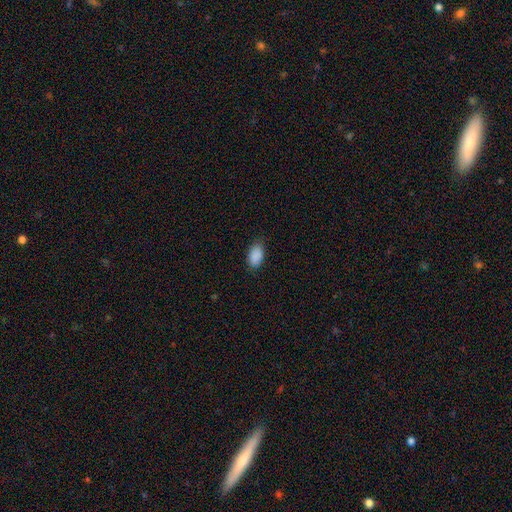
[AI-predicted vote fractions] The model was most divided on "merging": none: 82%, minor disturbance: 14%, major disturbance: 3%, merger: 1%. More confident: how rounded — in between (93%); smooth or featured — smooth (90%).